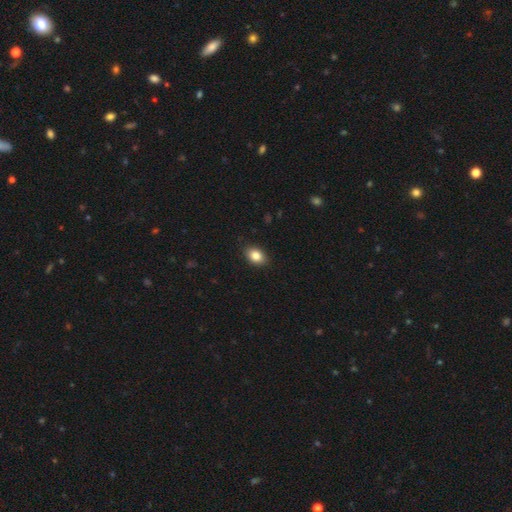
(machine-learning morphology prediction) This is clearly a smooth galaxy (85%). How rounded: likely in between (78%). Merging: clearly none (87%).